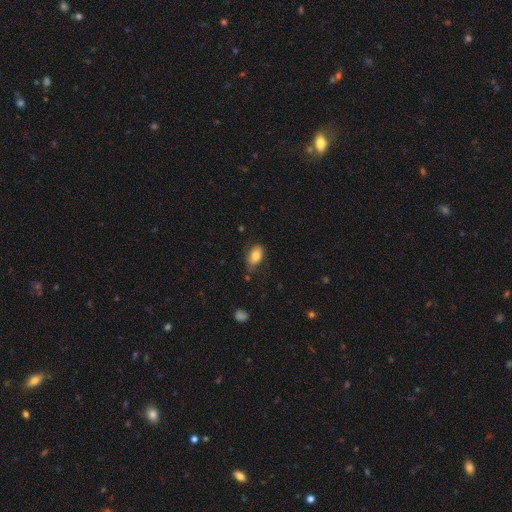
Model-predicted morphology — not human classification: Smooth or featured? smooth (80%)
How rounded? in between (89%)
Merging? none (67%)